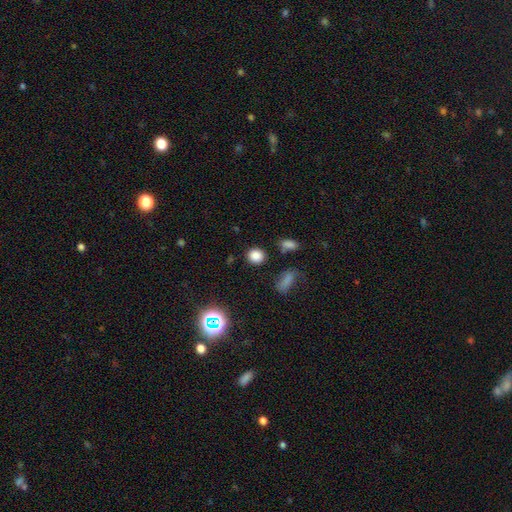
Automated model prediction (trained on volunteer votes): This appears to be a smooth galaxy with no disk features (83%) that is round (80%). Merging: none (84%).